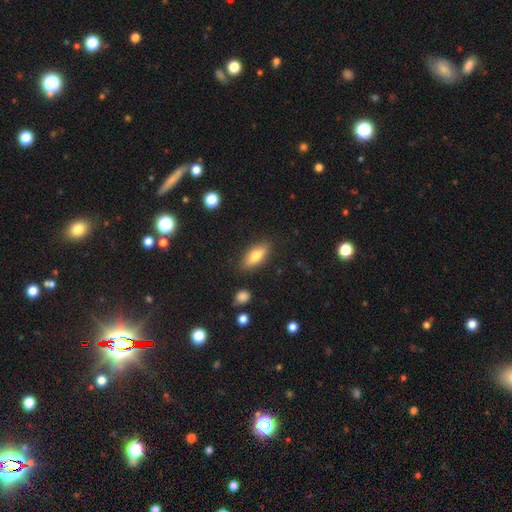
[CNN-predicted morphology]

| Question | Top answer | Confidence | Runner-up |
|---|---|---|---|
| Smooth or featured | smooth | 65% | featured or disk (28%) |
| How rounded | in between | 66% | cigar-shaped (31%) |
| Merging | none | 85% | minor disturbance (11%) |